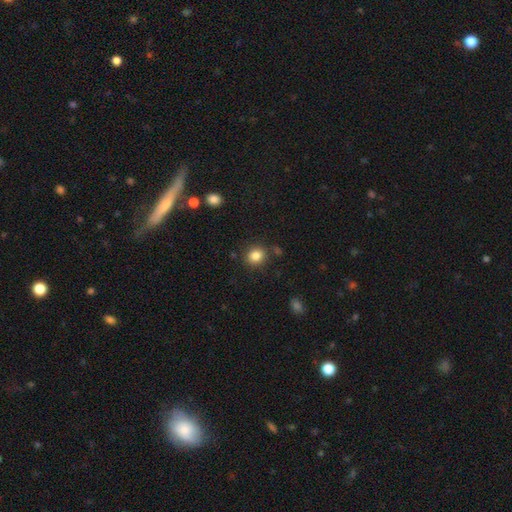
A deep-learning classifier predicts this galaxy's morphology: smooth_or_featured: smooth (p=0.84) [alt: star or artifact p=0.11]
how_rounded: round (p=0.80) [alt: in between p=0.19]
merging: none (p=0.85) [alt: minor disturbance p=0.09]